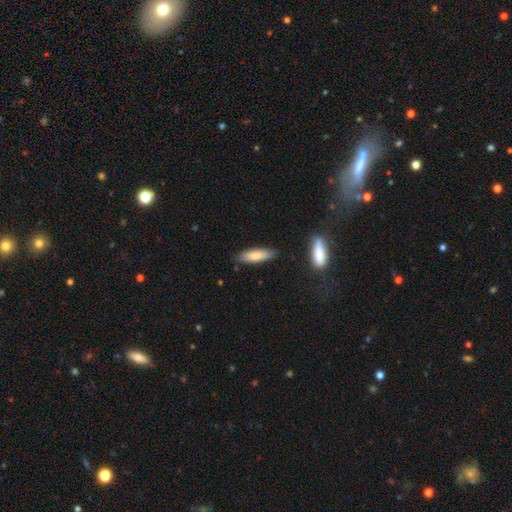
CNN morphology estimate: A smooth galaxy with no disk features (79%) that is cigar-shaped (62%). Merging: none (81%).